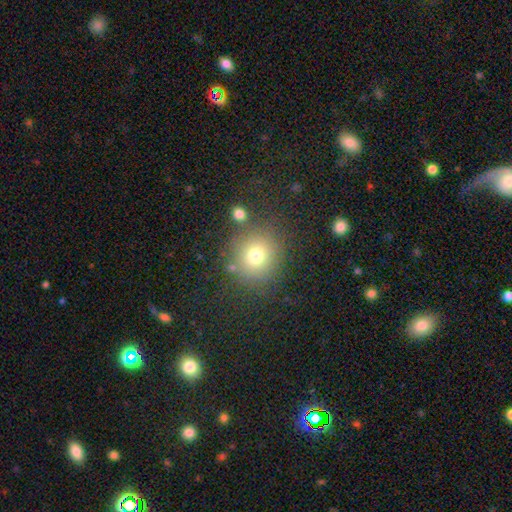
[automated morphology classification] Smooth or featured? Predicted: smooth (p=0.73). How rounded? Predicted: round (p=0.87). Merging? Predicted: none (p=0.79).